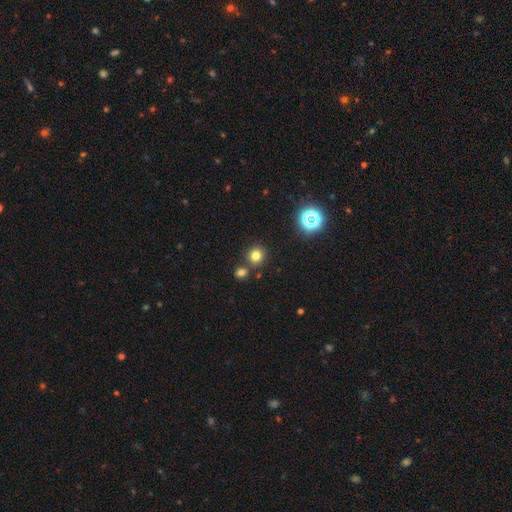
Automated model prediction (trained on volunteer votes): The model was most divided on "smooth or featured": smooth: 76%, star or artifact: 17%, featured or disk: 7%. More confident: how rounded — round (88%); merging — none (77%).